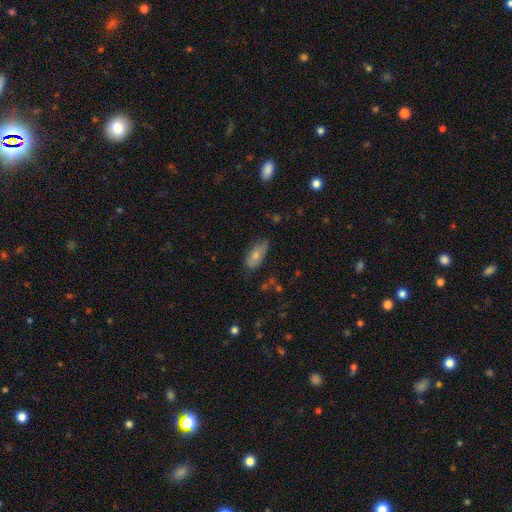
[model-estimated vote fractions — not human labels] smooth-or-featured: smooth: 72% | featured or disk: 21% | star or artifact: 7%
  how-rounded: in between: 85% | cigar-shaped: 12% | round: 3%
  merging: none: 66% | minor disturbance: 26% | major disturbance: 6% | merger: 2%